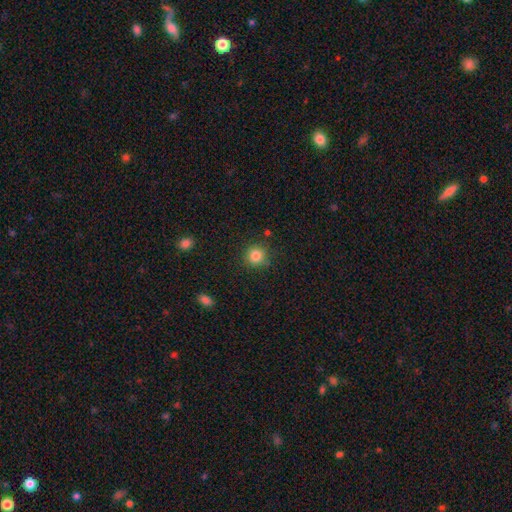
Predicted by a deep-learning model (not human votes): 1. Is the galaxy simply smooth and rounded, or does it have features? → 84% smooth, 11% star or artifact, 5% featured or disk.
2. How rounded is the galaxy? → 92% round, 7% in between, 1% cigar-shaped.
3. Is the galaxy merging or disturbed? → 85% none, 10% minor disturbance, 3% major disturbance, 2% merger.